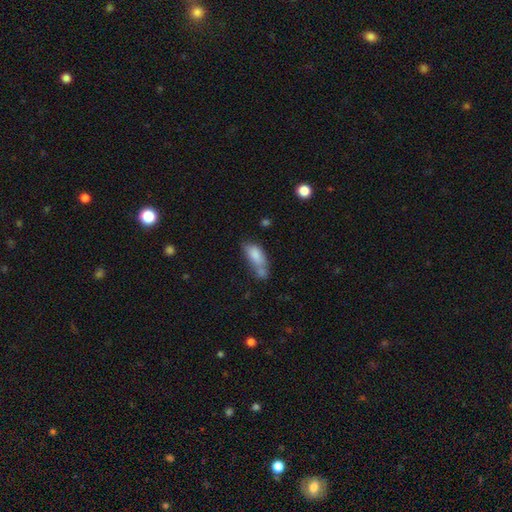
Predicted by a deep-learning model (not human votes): The model was most divided on "merging": merger: 39%, none: 28%, minor disturbance: 21%, major disturbance: 12%. More confident: how rounded — in between (81%); smooth or featured — smooth (77%).